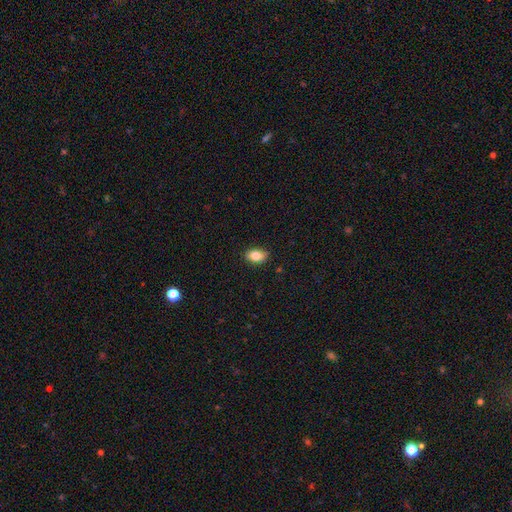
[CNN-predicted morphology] type=smooth (84%); roundness=in between (86%); merging=none (84%).